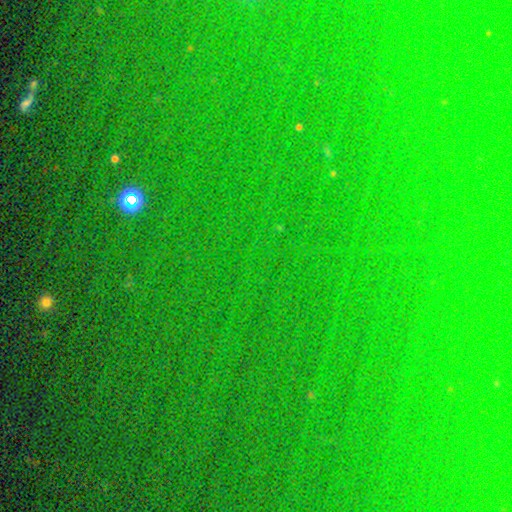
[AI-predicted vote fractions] Morphology: type=star or artifact (80%).